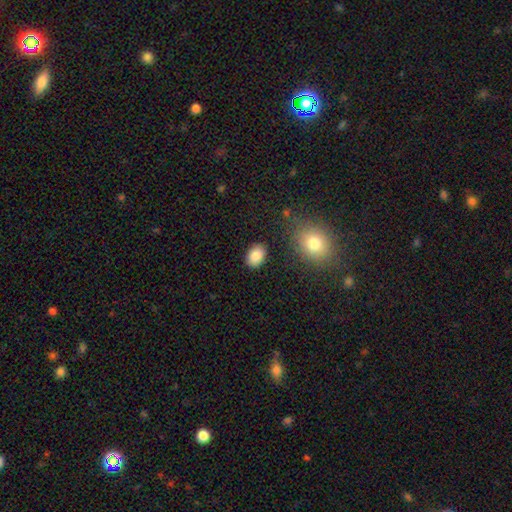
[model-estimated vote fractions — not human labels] A smooth galaxy with no disk features (86%) that is in between round and cigar-shaped (78%).

Vote fractions:
- Smooth or featured? smooth: 86% / star or artifact: 8% / featured or disk: 6%
- How rounded? in between: 78% / round: 21% / cigar-shaped: 1%
- Merging? none: 86% / minor disturbance: 9% / major disturbance: 3% / merger: 2%